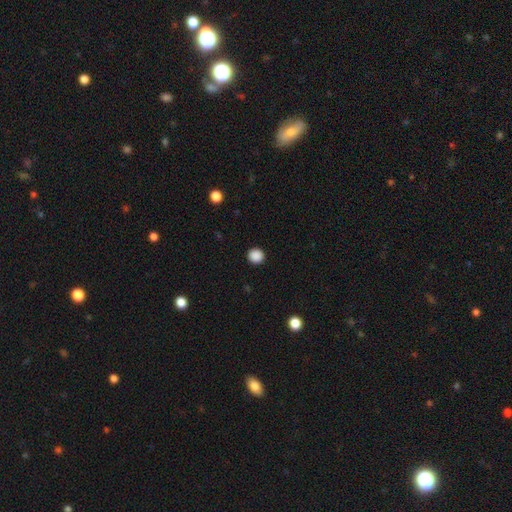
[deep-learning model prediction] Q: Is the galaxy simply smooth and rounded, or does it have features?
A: smooth — 88%.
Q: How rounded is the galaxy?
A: round — 91%.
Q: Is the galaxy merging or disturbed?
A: none — 93%.